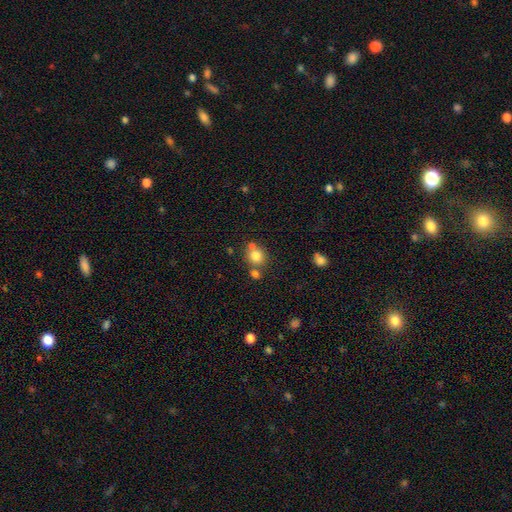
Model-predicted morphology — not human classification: Smooth or featured? smooth (78%)
How rounded? round (82%)
Merging? none (60%)